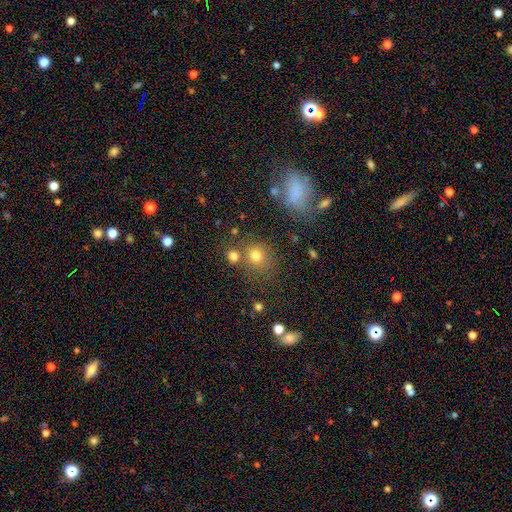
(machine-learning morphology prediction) Smooth or featured: smooth — 75% (star or artifact — 16%)
How rounded: round — 79% (in between — 20%)
Merging: none — 65% (merger — 18%)